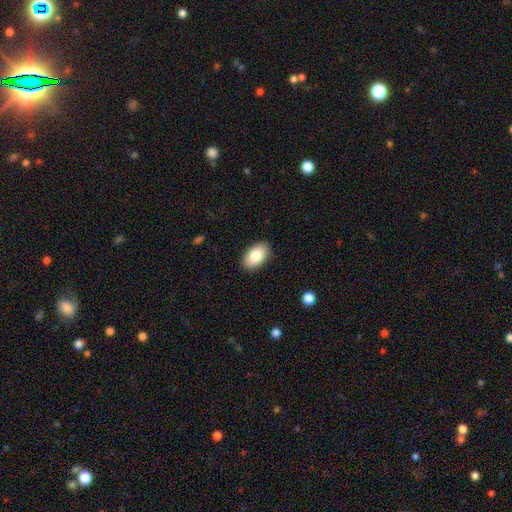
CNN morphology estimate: A smooth galaxy with no disk features (84%) that is in between round and cigar-shaped (94%). Merging: none (88%).